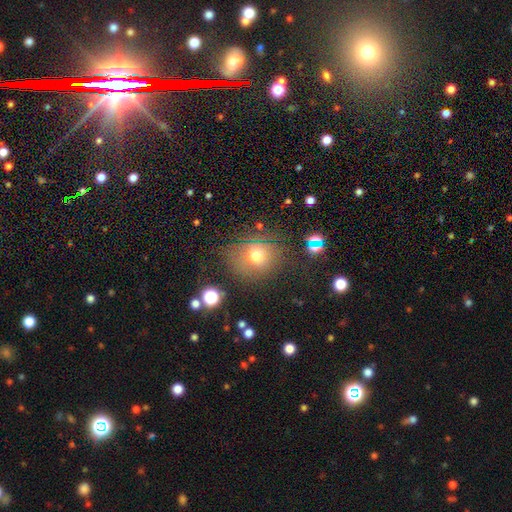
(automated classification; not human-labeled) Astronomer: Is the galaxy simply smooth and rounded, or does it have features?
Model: smooth — 65%.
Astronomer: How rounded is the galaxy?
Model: round — 78%.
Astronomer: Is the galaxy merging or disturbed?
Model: none — 74%.